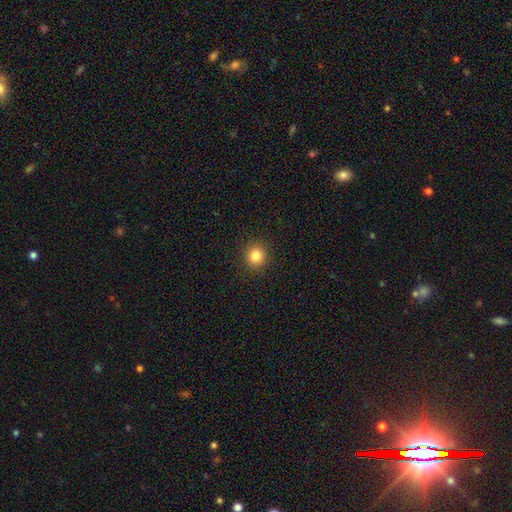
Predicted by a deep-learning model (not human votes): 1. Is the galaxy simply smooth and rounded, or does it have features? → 83% smooth, 12% star or artifact, 5% featured or disk.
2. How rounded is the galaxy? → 92% round, 7% in between, 1% cigar-shaped.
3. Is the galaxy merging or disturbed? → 92% none, 5% minor disturbance, 2% major disturbance, 1% merger.